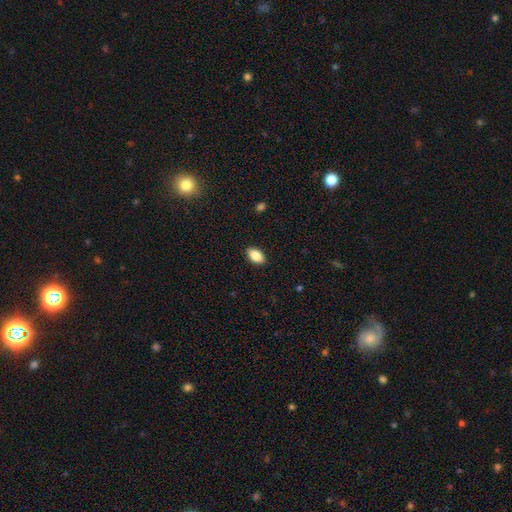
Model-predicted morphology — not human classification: The model was most divided on "smooth or featured": smooth: 87%, star or artifact: 7%, featured or disk: 5%. More confident: how rounded — in between (93%); merging — none (89%).